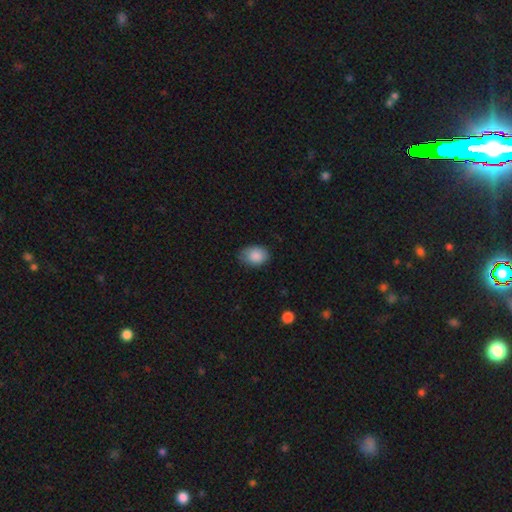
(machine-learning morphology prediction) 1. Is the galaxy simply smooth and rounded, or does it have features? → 88% smooth, 7% star or artifact, 5% featured or disk.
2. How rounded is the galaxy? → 73% in between, 26% round, 1% cigar-shaped.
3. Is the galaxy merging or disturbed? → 72% none, 23% minor disturbance, 4% major disturbance, 1% merger.